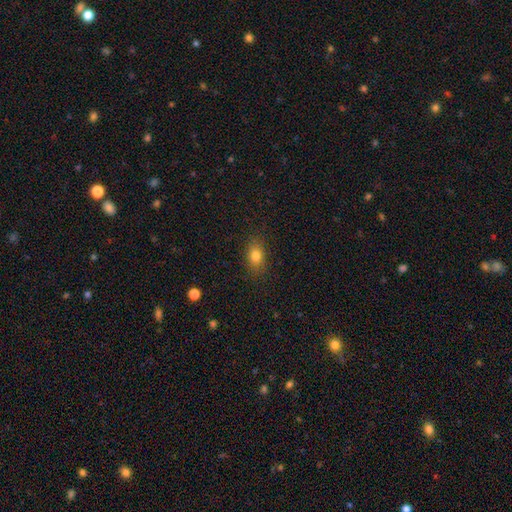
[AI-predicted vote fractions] Smooth or featured?
  - smooth: 81% *
  - star or artifact: 11%
  - featured or disk: 9%
How rounded?
  - in between: 79% *
  - round: 18%
  - cigar-shaped: 4%
Merging?
  - none: 86% *
  - minor disturbance: 10%
  - major disturbance: 3%
  - merger: 1%